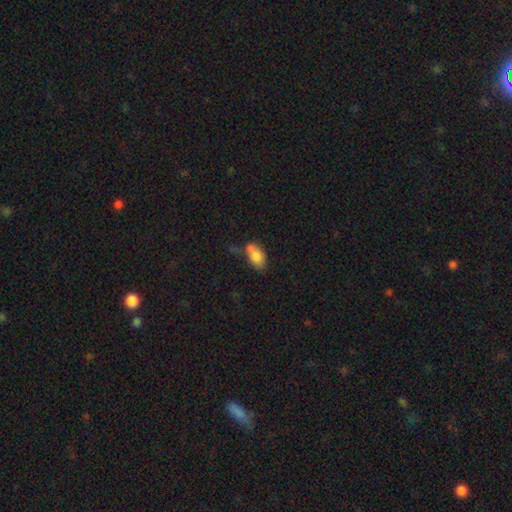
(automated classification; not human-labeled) A smooth galaxy with no disk features (77%) that is in between round and cigar-shaped (85%).

Vote fractions:
- Smooth or featured? smooth: 77% / featured or disk: 14% / star or artifact: 9%
- How rounded? in between: 85% / round: 12% / cigar-shaped: 3%
- Merging? merger: 39% / none: 30% / minor disturbance: 20% / major disturbance: 11%